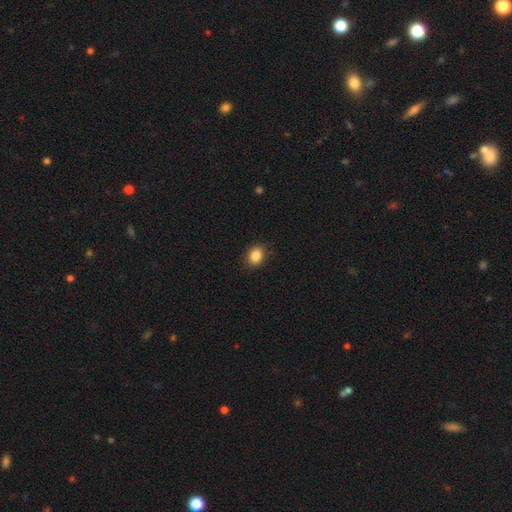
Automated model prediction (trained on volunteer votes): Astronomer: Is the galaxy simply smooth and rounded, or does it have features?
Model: smooth — 86%.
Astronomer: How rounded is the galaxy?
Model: in between — 50% (runner-up: round, 49%).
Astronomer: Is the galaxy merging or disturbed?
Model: none — 86%.